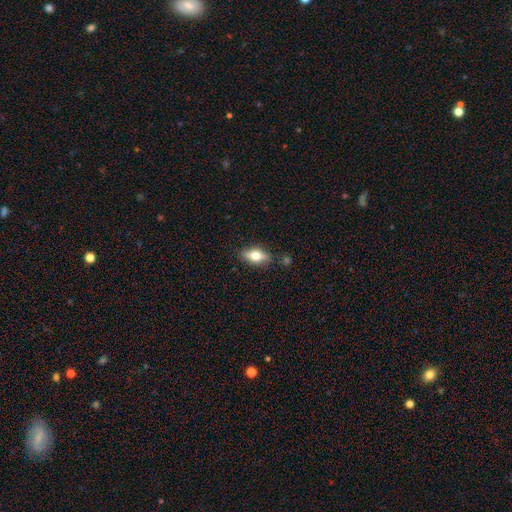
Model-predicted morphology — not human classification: The model was most divided on "smooth or featured": smooth: 60%, featured or disk: 32%, star or artifact: 8%. More confident: merging — none (82%); how rounded — in between (76%).